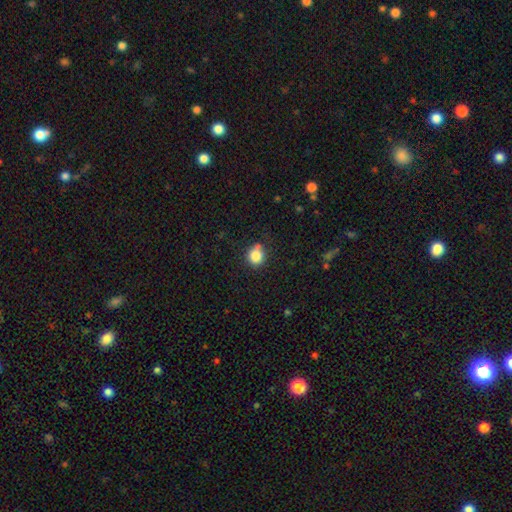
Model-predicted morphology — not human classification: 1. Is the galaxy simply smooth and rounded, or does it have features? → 84% smooth, 10% star or artifact, 6% featured or disk.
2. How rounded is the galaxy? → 81% round, 18% in between, 1% cigar-shaped.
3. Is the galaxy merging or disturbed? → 72% none, 17% minor disturbance, 7% merger, 4% major disturbance.